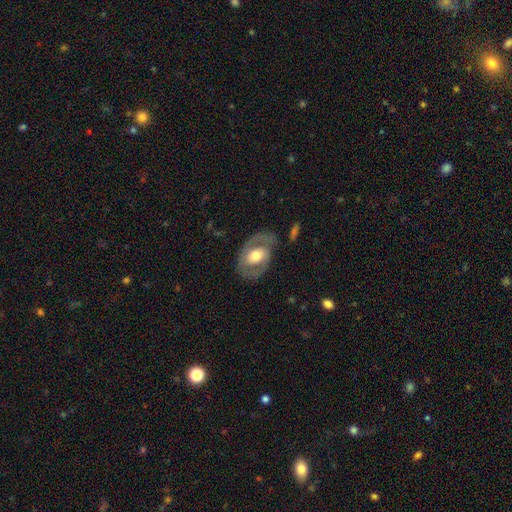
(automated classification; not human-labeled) A featured or disk galaxy (67%) with no bar (56%), spiral arms (60%) and a moderate central bulge (64%).

Vote fractions:
- Smooth or featured? featured or disk: 67% / smooth: 28% / star or artifact: 5%
- Edge-on disk? no: 94% / yes: 6%
- Bar? no: 56% / weak: 30% / strong: 14%
- Spiral arms? yes: 60% / no: 40%
- Bulge size? moderate: 64% / large: 24% / small: 9% / dominant: 2% / none: 1%
- Merging? none: 70% / minor disturbance: 17% / major disturbance: 11% / merger: 2%